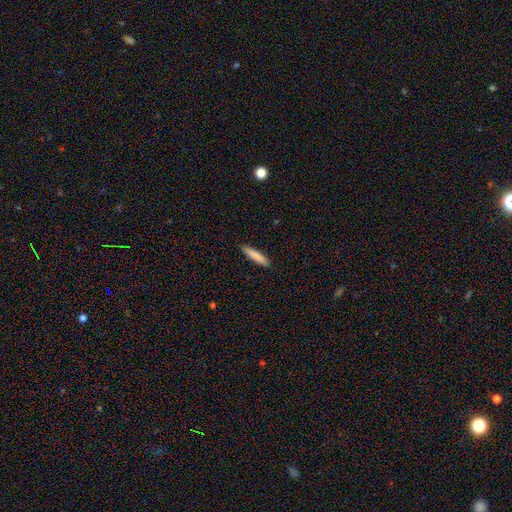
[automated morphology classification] The model was most divided on "smooth or featured": smooth: 84%, featured or disk: 10%, star or artifact: 6%. More confident: merging — none (89%); how rounded — cigar-shaped (88%).